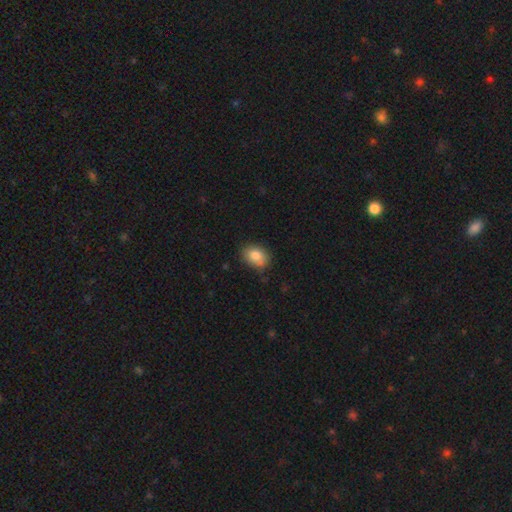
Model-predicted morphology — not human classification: The model was most divided on "how rounded": in between: 71%, round: 28%, cigar-shaped: 1%. More confident: smooth or featured — smooth (83%); merging — none (74%).